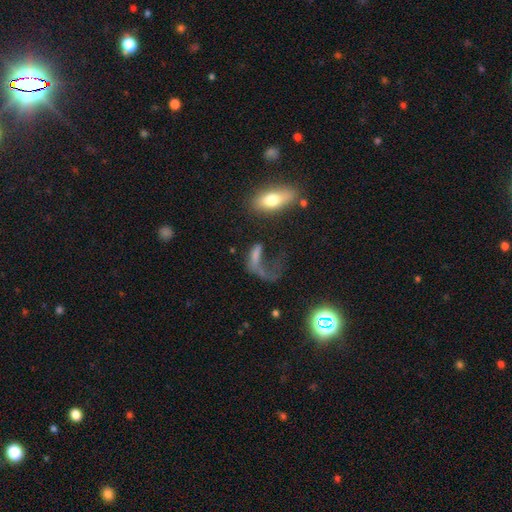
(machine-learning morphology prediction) Smooth or featured?
  - smooth: 42% *
  - featured or disk: 39%
  - star or artifact: 19%
Merging?
  - major disturbance: 52% *
  - none: 25%
  - minor disturbance: 12%
  - merger: 11%